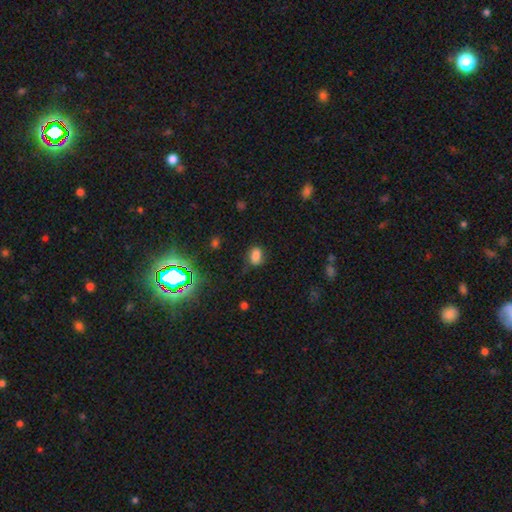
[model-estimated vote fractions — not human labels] Smooth or featured? Predicted: smooth (p=0.71). How rounded? Predicted: in between (p=0.72). Merging? Predicted: none (p=0.68).